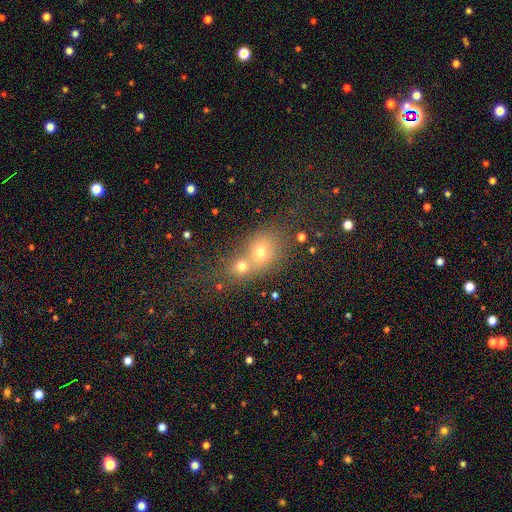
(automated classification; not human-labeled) A smooth galaxy with no disk features (56%) that is round (68%). Merging: merger (57%).